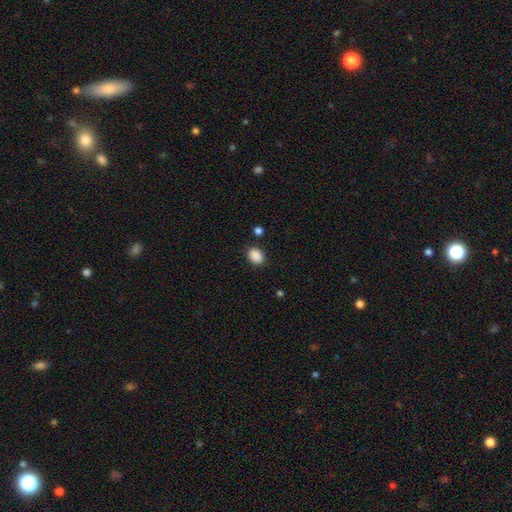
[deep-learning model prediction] Morphology: type=smooth (89%); roundness=in between (73%); merging=none (84%).